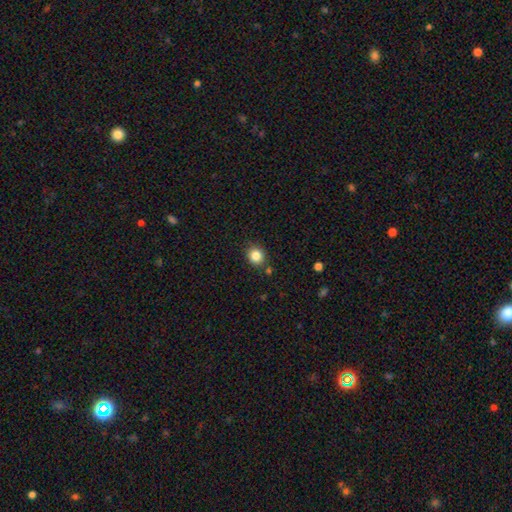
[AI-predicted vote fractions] The model was most divided on "how rounded": round: 79%, in between: 20%, cigar-shaped: 1%. More confident: smooth or featured — smooth (84%); merging — none (84%).